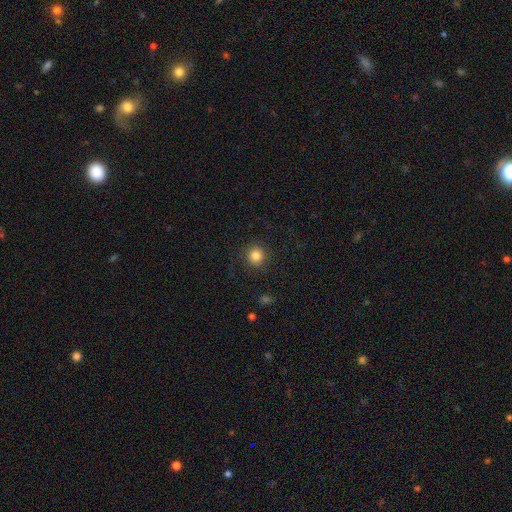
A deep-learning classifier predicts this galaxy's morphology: smooth 83%, star or artifact 12%, featured or disk 6%. Down the decision tree: how rounded — round (93%); merging — none (87%).